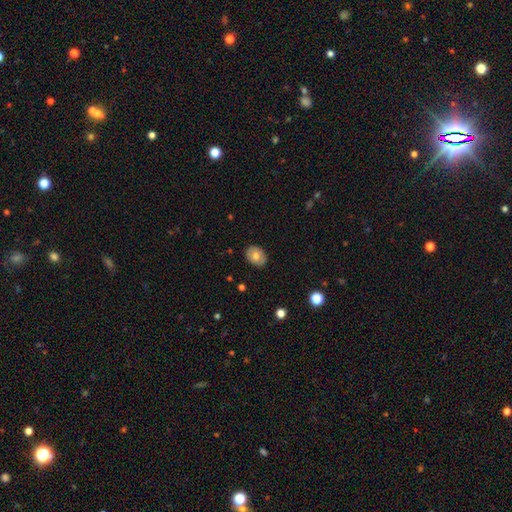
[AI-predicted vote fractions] The model was most divided on "how rounded": in between: 65%, round: 34%, cigar-shaped: 1%. More confident: merging — none (86%); smooth or featured — smooth (68%).